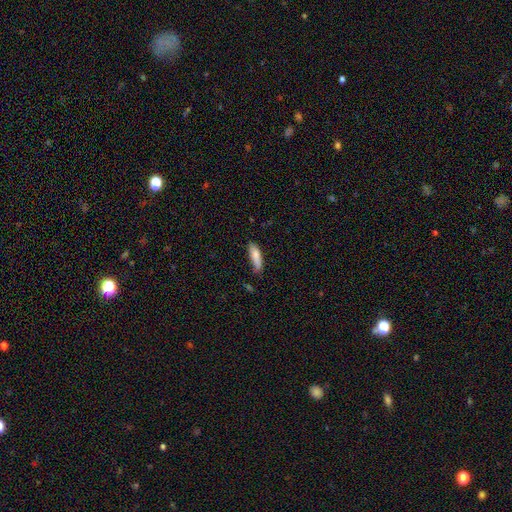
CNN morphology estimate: Smooth or featured?
  - smooth: 78% *
  - featured or disk: 15%
  - star or artifact: 6%
How rounded?
  - cigar-shaped: 60% *
  - in between: 39%
  - round: 2%
Merging?
  - none: 62% *
  - minor disturbance: 28%
  - major disturbance: 6%
  - merger: 4%